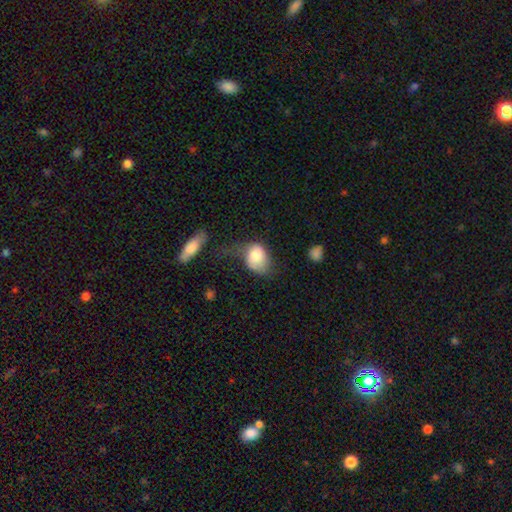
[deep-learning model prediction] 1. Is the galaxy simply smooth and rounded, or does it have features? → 78% smooth, 15% featured or disk, 7% star or artifact.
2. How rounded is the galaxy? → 67% in between, 32% round, 1% cigar-shaped.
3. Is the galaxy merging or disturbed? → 33% minor disturbance, 32% major disturbance, 26% none, 9% merger.